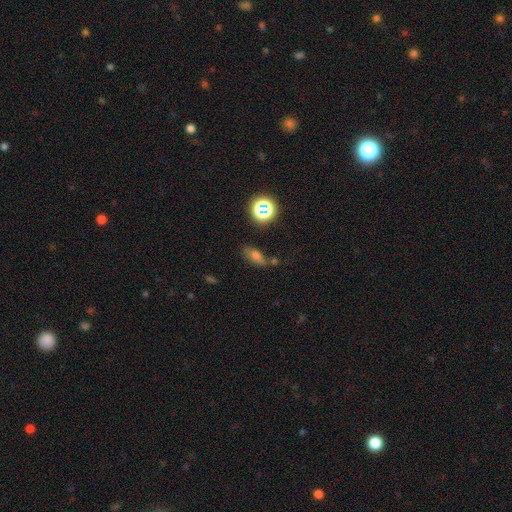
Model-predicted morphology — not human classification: The model was most divided on "merging": none: 58%, minor disturbance: 22%, merger: 13%, major disturbance: 8%. More confident: how rounded — in between (74%); smooth or featured — smooth (64%).